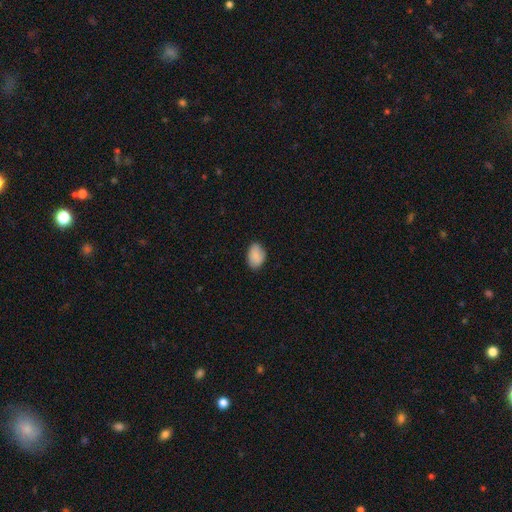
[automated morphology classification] This is clearly a smooth galaxy (87%). How rounded: clearly in between (85%). Merging: clearly none (81%).